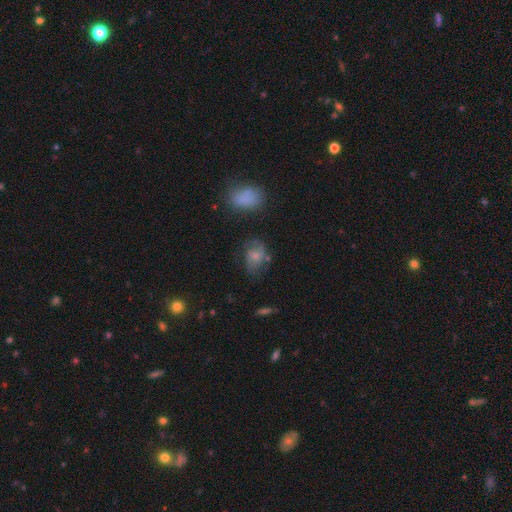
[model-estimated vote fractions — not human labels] Smooth or featured? Predicted: featured or disk (p=0.50). Merging? Predicted: none (p=0.52).